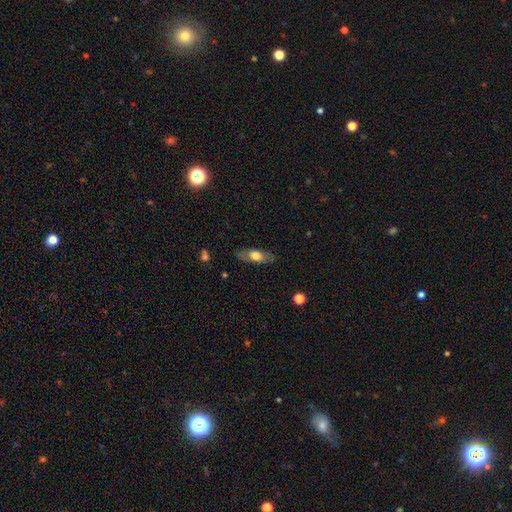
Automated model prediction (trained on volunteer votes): This is possibly a smooth galaxy (59%). How rounded: likely in between (69%). Merging: clearly none (82%).